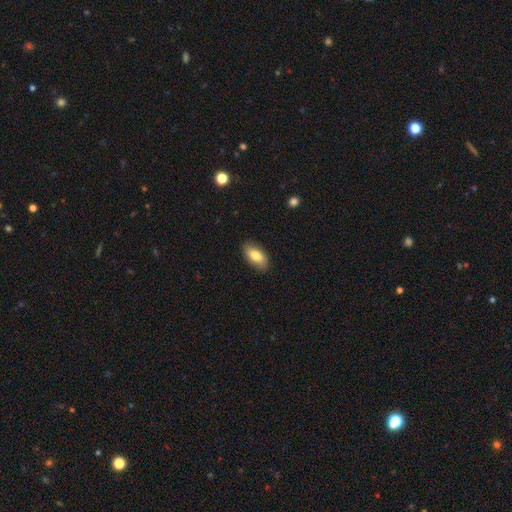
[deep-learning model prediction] Q: Smooth or featured?
A: smooth (81%); runner-up: featured or disk (13%)
Q: How rounded?
A: in between (92%); runner-up: cigar-shaped (5%)
Q: Merging?
A: none (87%); runner-up: minor disturbance (10%)